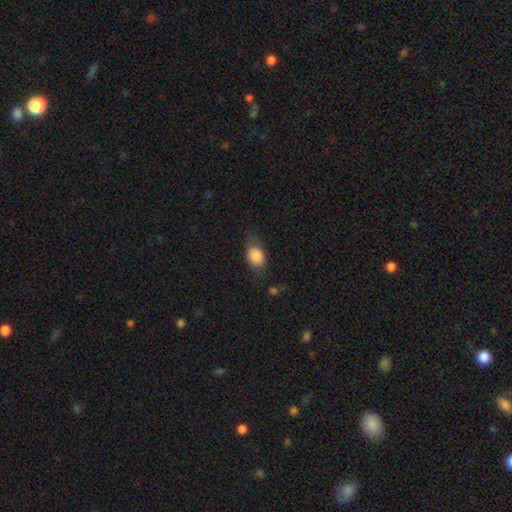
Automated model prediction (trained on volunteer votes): Smooth or featured: smooth — 84% (featured or disk — 9%)
How rounded: in between — 73% (round — 24%)
Merging: none — 61% (minor disturbance — 27%)